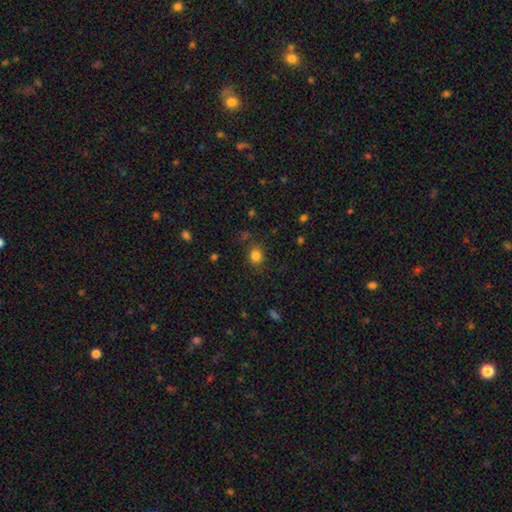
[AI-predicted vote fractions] Q: Smooth or featured?
A: smooth (82%); runner-up: star or artifact (13%)
Q: How rounded?
A: round (68%); runner-up: in between (31%)
Q: Merging?
A: none (78%); runner-up: minor disturbance (14%)